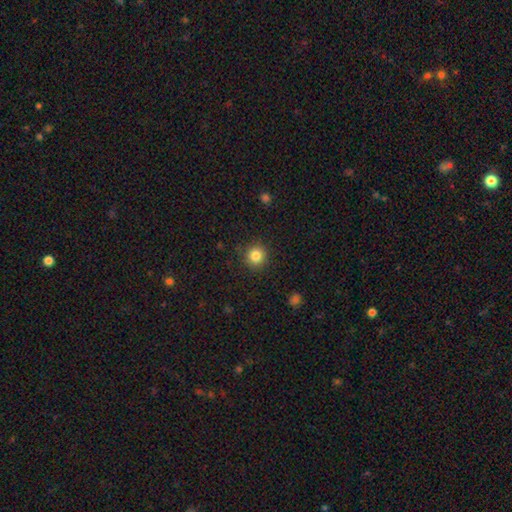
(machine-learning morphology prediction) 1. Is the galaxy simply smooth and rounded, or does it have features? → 84% smooth, 11% star or artifact, 5% featured or disk.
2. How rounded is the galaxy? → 94% round, 5% in between, 1% cigar-shaped.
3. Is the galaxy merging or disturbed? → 90% none, 6% minor disturbance, 2% major disturbance, 1% merger.